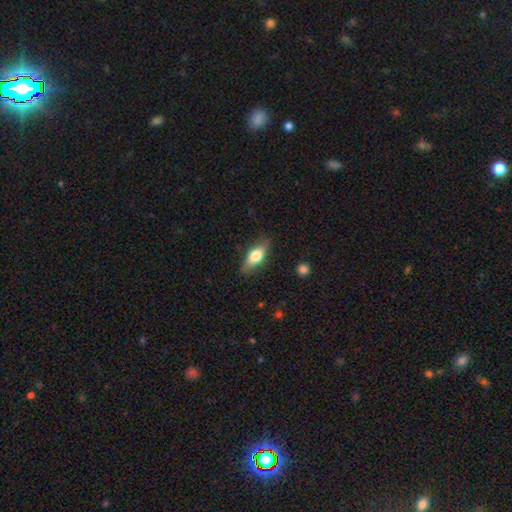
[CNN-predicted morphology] Smooth or featured: smooth — 67% (featured or disk — 27%)
How rounded: in between — 75% (cigar-shaped — 20%)
Merging: none — 80% (minor disturbance — 16%)